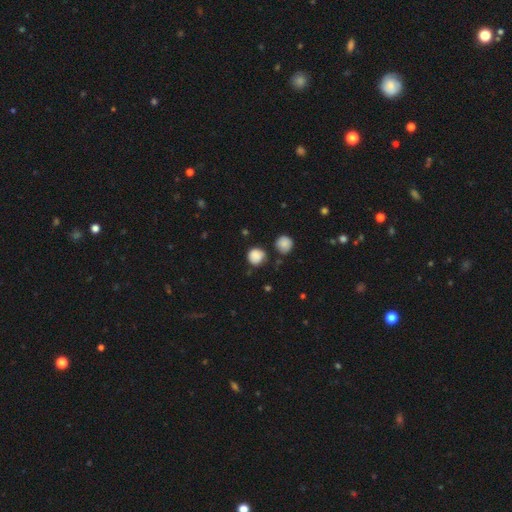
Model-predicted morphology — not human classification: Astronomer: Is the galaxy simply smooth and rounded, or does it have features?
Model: smooth — 83%.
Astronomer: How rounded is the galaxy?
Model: round — 89%.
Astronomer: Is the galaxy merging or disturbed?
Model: none — 71%.